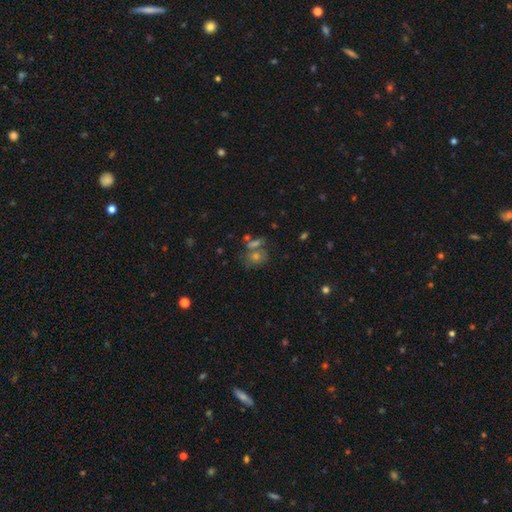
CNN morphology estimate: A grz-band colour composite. It shows a smooth galaxy with no disk features (43%). Merging: none (57%).